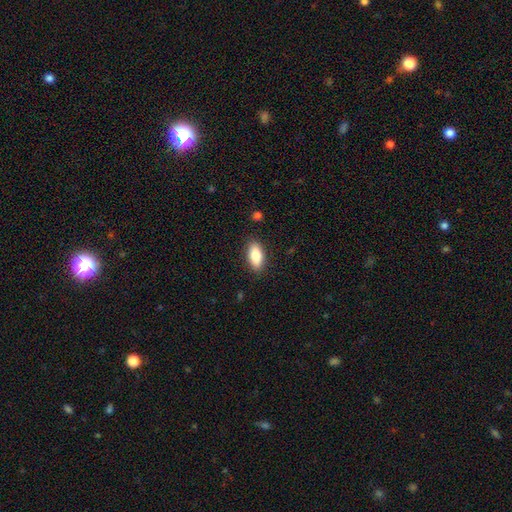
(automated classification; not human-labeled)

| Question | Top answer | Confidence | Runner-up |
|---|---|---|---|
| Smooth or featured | smooth | 82% | featured or disk (11%) |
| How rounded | in between | 86% | cigar-shaped (11%) |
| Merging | none | 87% | minor disturbance (9%) |